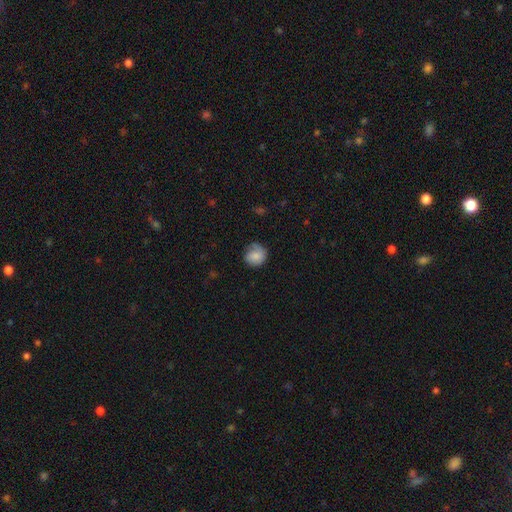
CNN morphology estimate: This appears to be a smooth galaxy with no disk features (74%) that is round (82%). Merging: none (62%).